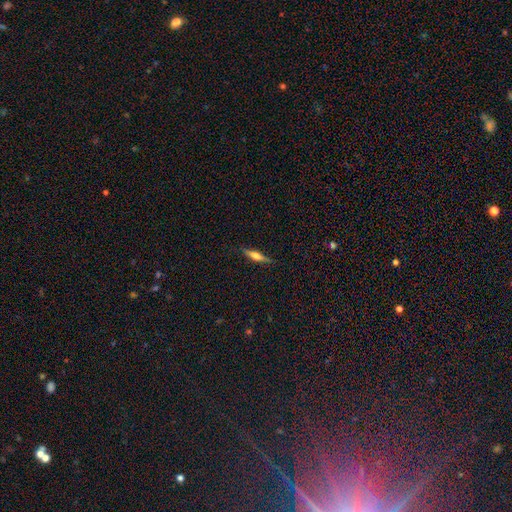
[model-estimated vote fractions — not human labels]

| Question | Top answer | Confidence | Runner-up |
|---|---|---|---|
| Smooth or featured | featured or disk | 57% | smooth (36%) |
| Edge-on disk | yes | 96% | no (4%) |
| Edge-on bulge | rounded | 87% | boxy (8%) |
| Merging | none | 87% | minor disturbance (10%) |